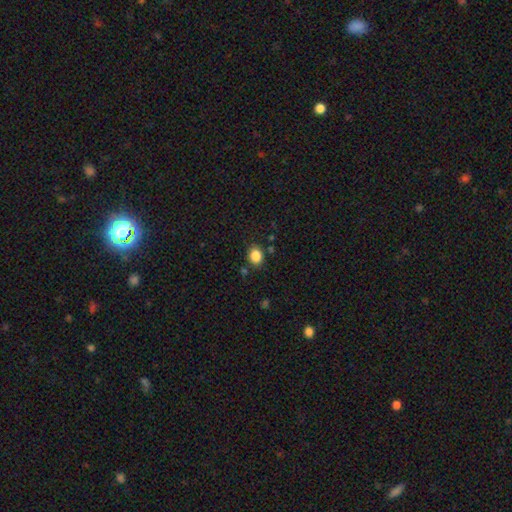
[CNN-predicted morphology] Q: Smooth or featured?
A: smooth (86%); runner-up: star or artifact (10%)
Q: How rounded?
A: round (59%); runner-up: in between (40%)
Q: Merging?
A: none (83%); runner-up: minor disturbance (10%)